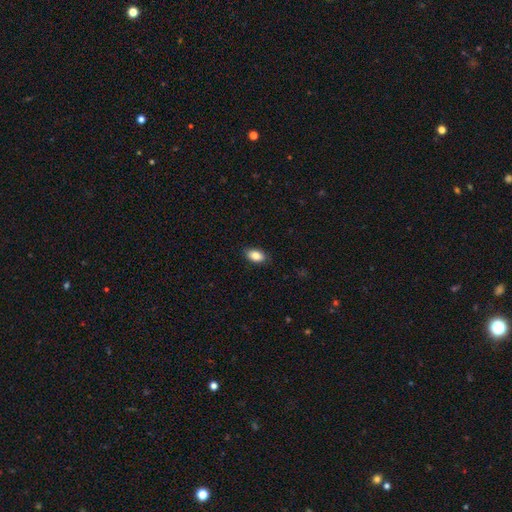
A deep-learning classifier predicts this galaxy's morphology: This appears to be a smooth galaxy with no disk features (85%) that is in between round and cigar-shaped (91%). Merging: none (87%).